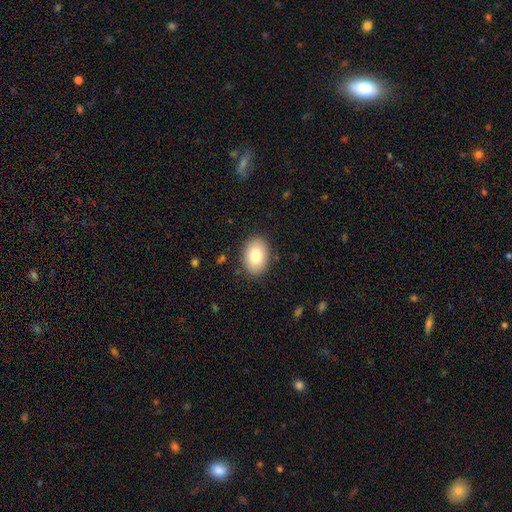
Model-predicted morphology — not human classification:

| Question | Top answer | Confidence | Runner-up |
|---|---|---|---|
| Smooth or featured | smooth | 84% | featured or disk (9%) |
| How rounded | in between | 86% | round (13%) |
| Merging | none | 86% | minor disturbance (10%) |